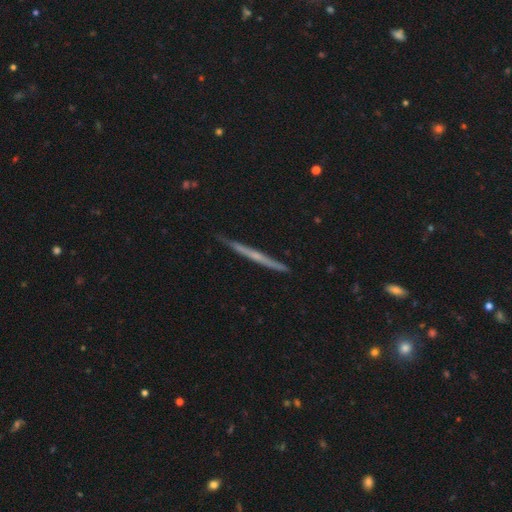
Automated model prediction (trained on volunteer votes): Q: Smooth or featured?
A: featured or disk (65%); runner-up: smooth (29%)
Q: Edge-on disk?
A: yes (98%); runner-up: no (2%)
Q: Edge-on bulge?
A: none (63%); runner-up: rounded (31%)
Q: Merging?
A: none (88%); runner-up: minor disturbance (9%)